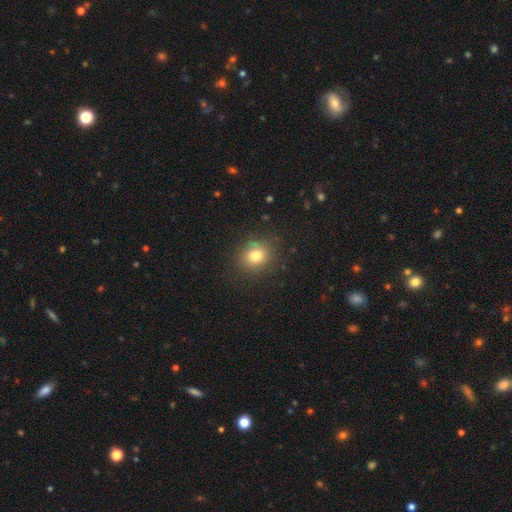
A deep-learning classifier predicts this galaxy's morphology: type=smooth (78%); roundness=round (74%); merging=none (84%).